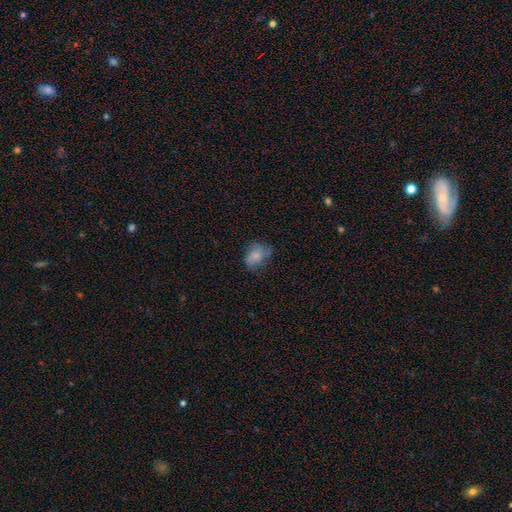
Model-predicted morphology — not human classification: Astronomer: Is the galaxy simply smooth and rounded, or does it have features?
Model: smooth — 72%.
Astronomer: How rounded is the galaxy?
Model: in between — 64%.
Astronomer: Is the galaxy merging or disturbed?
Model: none — 55% (runner-up: minor disturbance, 30%).